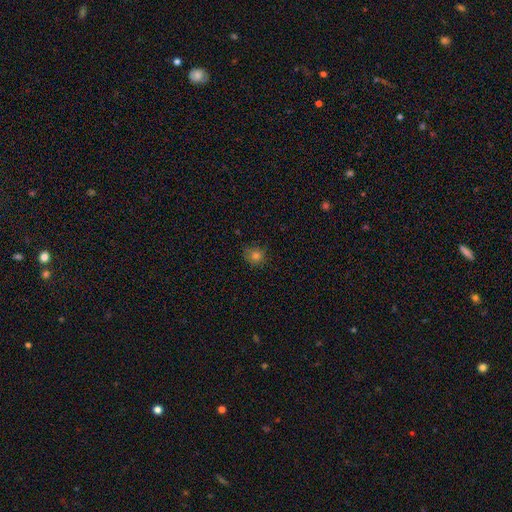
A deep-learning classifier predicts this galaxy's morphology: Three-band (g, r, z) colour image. It shows a smooth galaxy with no disk features (77%) that is round (85%). Merging: none (81%).